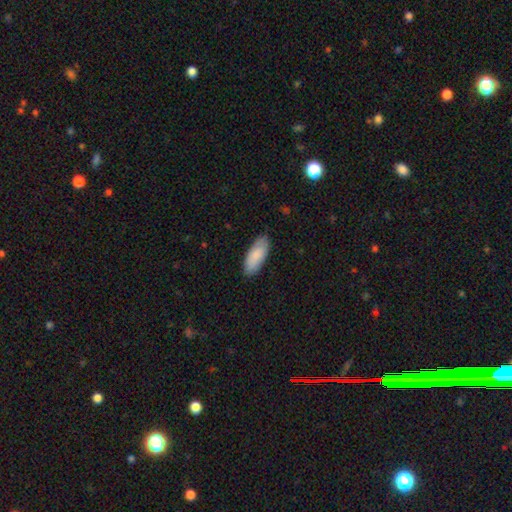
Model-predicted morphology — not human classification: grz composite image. It shows a smooth galaxy with no disk features (87%) that is in between round and cigar-shaped (82%). Merging: none (85%).